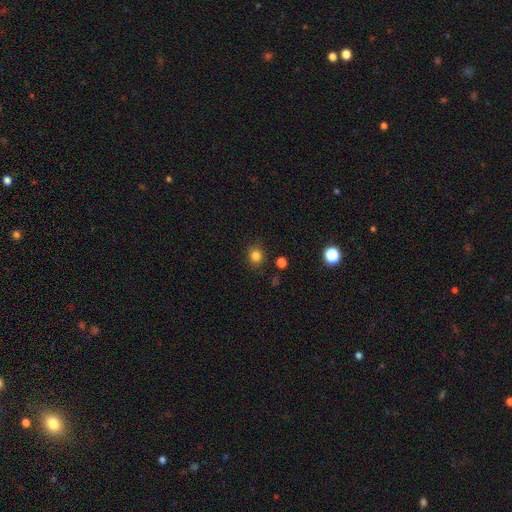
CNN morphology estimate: smooth-or-featured: smooth: 82% | star or artifact: 13% | featured or disk: 5%
  how-rounded: round: 75% | in between: 24% | cigar-shaped: 1%
  merging: none: 83% | minor disturbance: 12% | major disturbance: 3% | merger: 2%